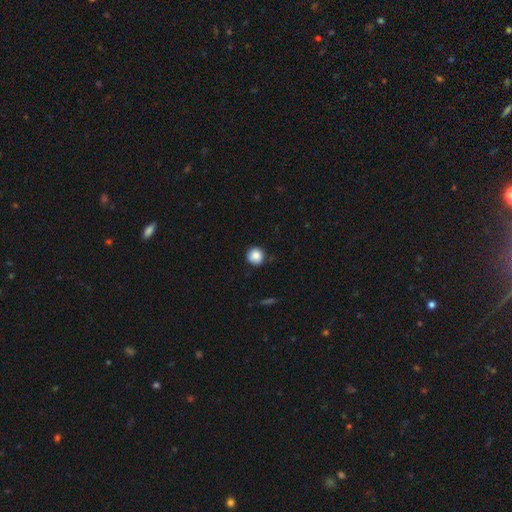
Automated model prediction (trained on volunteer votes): Smooth or featured: smooth — 86% (star or artifact — 9%)
How rounded: round — 94% (in between — 5%)
Merging: none — 86% (minor disturbance — 10%)